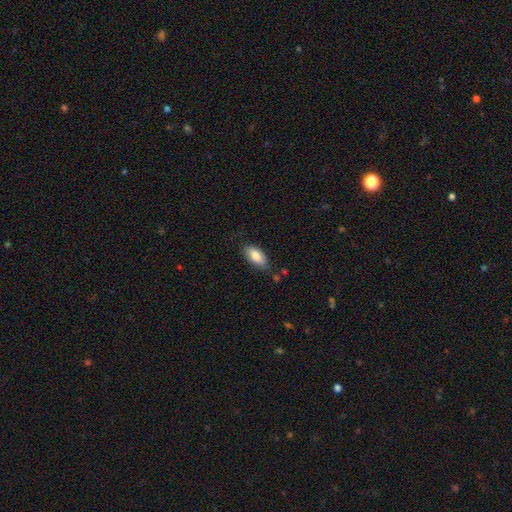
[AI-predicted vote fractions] smooth 83%, featured or disk 10%, star or artifact 6%. Down the decision tree: how rounded — in between (91%); merging — none (75%).